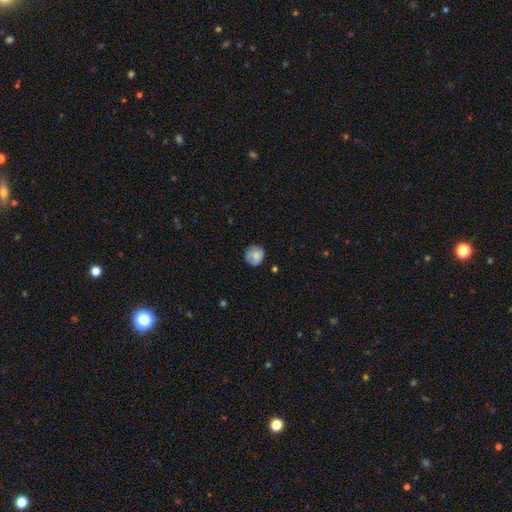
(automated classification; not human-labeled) Morphology: type=smooth (75%); roundness=round (91%); merging=none (78%).